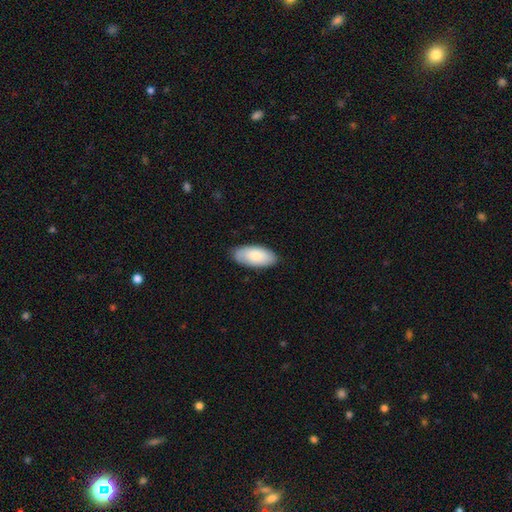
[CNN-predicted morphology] Overall: smooth (80%). How rounded: in between (93%). Merging: none (84%).